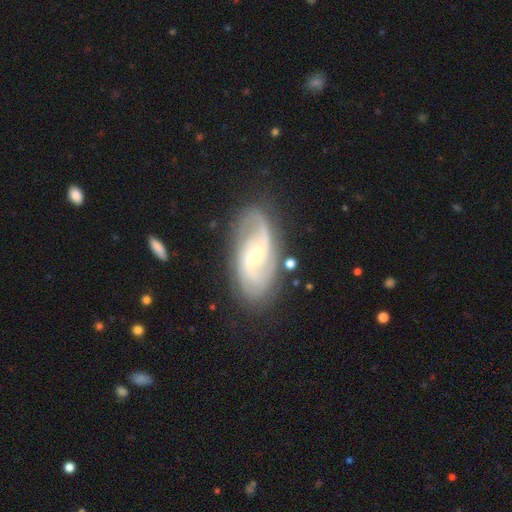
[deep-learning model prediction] Smooth or featured?
  - featured or disk: 84% *
  - smooth: 10%
  - star or artifact: 6%
Edge-on disk?
  - no: 95% *
  - yes: 5%
Bar?
  - weak: 42% * (tied)
  - no: 42% * (tied)
  - strong: 16%
Spiral arms?
  - yes: 95% *
  - no: 5%
Spiral winding?
  - medium: 44% *
  - loose: 33%
  - tight: 24%
Spiral arm count?
  - 2: 73% *
  - can't tell: 12%
  - 3: 6%
  - 1: 4%
  - 4: 2%
  - more than 4: 2%
Bulge size?
  - small: 60% *
  - moderate: 37%
  - large: 2%
  - none: 1%
  - dominant: 1%
Merging?
  - none: 76% *
  - minor disturbance: 15%
  - major disturbance: 7%
  - merger: 3%